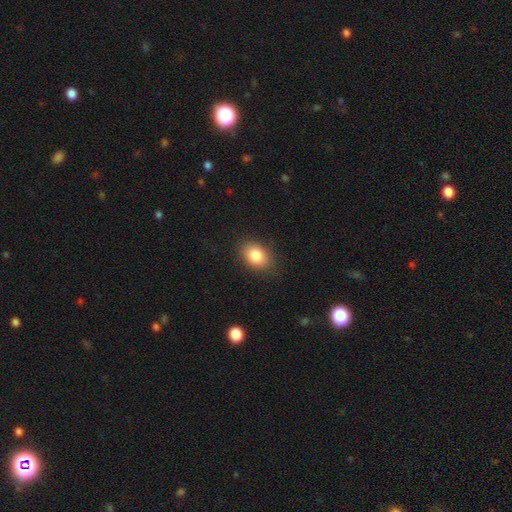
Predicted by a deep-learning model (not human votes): Smooth or featured: smooth — 84% (star or artifact — 8%)
How rounded: in between — 78% (round — 21%)
Merging: none — 85% (minor disturbance — 11%)